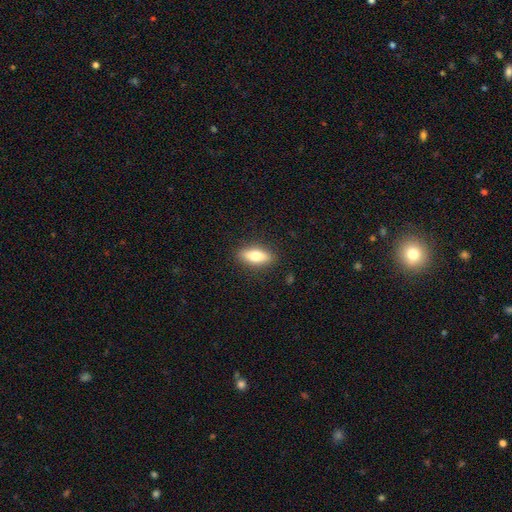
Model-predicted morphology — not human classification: A smooth galaxy with no disk features (73%) that is in between round and cigar-shaped (72%).

Vote fractions:
- Smooth or featured? smooth: 73% / featured or disk: 20% / star or artifact: 7%
- How rounded? in between: 72% / cigar-shaped: 24% / round: 3%
- Merging? none: 88% / minor disturbance: 9% / major disturbance: 2% / merger: 1%